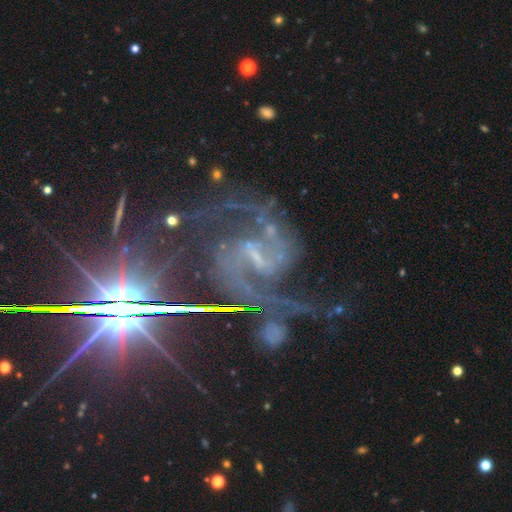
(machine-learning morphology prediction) smooth-or-featured: featured or disk: 85% | star or artifact: 12% | smooth: 4%
  disk-edge-on: no: 97% | yes: 3%
    bar: strong: 46% | weak: 40% | no: 14%
    has-spiral-arms: yes: 97% | no: 3%
      spiral-winding: medium: 55% | loose: 28% | tight: 17%
      spiral-arm-count: 2: 85% | can't tell: 5% | 3: 4% | 1: 2% | 4: 2% | more than 4: 2%
    bulge-size: small: 52% | none: 31% | moderate: 15% | large: 2% | dominant: 1%
  merging: none: 53% | major disturbance: 22% | minor disturbance: 17% | merger: 8%